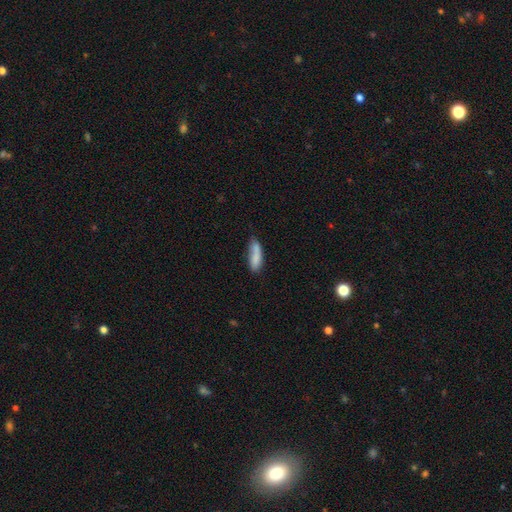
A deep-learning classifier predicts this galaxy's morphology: Smooth or featured?
  - smooth: 82% *
  - featured or disk: 11%
  - star or artifact: 7%
How rounded?
  - cigar-shaped: 55% *
  - in between: 43%
  - round: 2%
Merging?
  - none: 60% *
  - minor disturbance: 27%
  - major disturbance: 7%
  - merger: 6%